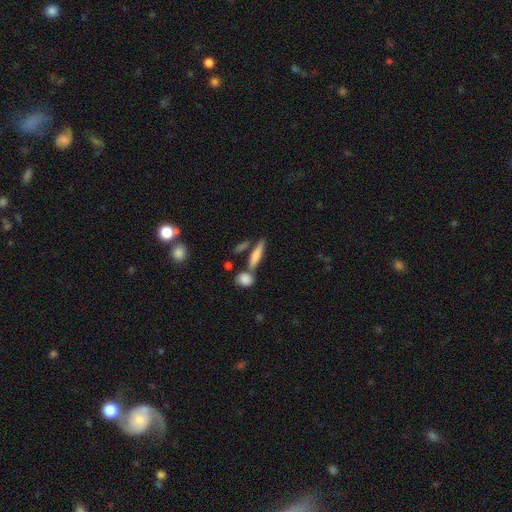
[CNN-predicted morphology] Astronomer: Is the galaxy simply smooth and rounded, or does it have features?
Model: smooth — 66%.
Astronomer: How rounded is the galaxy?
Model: cigar-shaped — 76%.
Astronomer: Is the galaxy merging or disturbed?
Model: none — 65%.